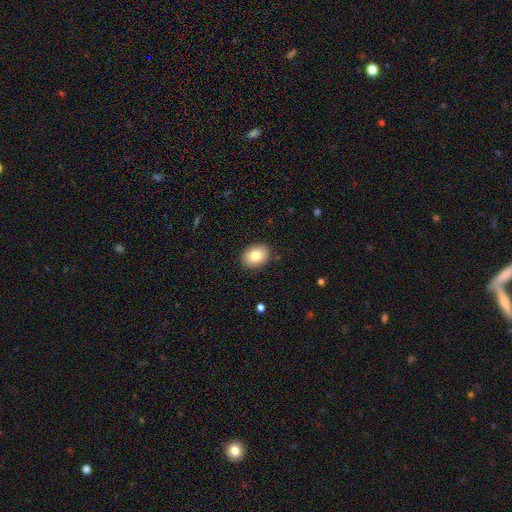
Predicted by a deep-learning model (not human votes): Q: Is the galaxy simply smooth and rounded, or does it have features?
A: smooth — 81%.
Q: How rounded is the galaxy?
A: in between — 68%.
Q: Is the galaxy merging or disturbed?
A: none — 89%.